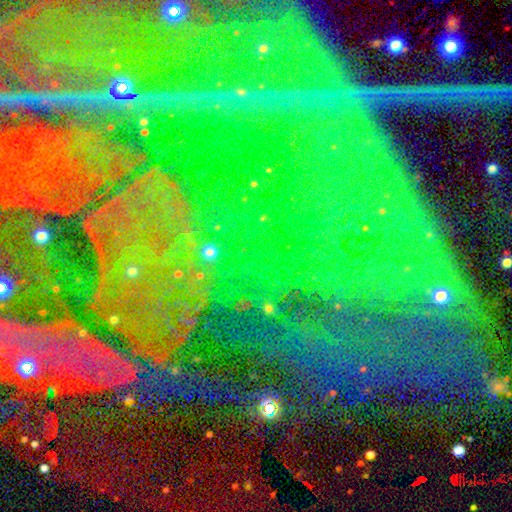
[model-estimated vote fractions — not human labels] Smooth or featured? star or artifact (85%)